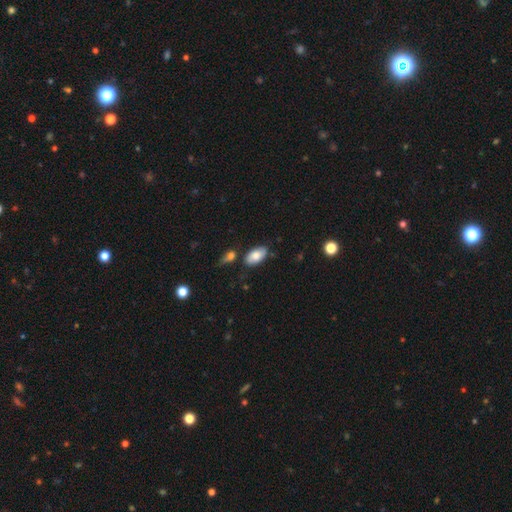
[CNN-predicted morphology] This appears to be a smooth galaxy with no disk features (77%) that is in between round and cigar-shaped (94%). Merging: none (70%).